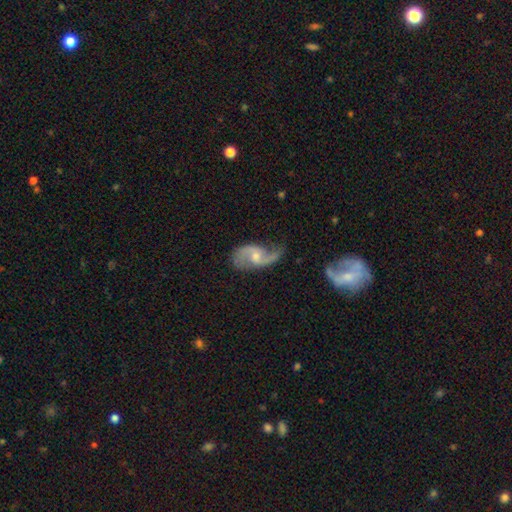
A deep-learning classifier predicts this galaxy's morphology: This is clearly a featured or disk galaxy (86%). It is clearly not viewed edge-on (97%). Bar: possibly weak (45%, tied with no). Spiral arm pattern: clearly yes (95%). Spiral arm count: clearly 2 (89%). Spiral winding: possibly loose (60%). Central bulge: possibly small (47%). Merging: likely none (62%).